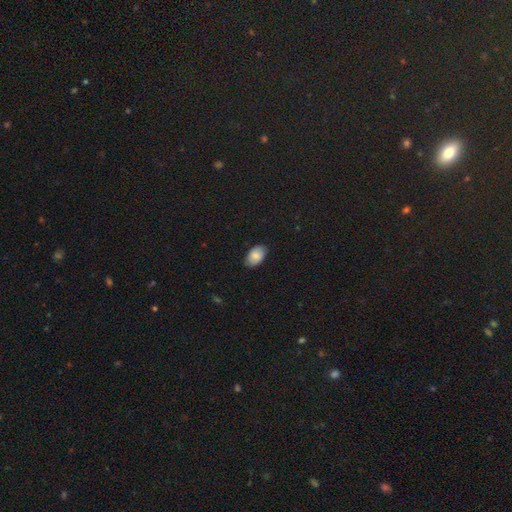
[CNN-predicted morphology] A smooth galaxy with no disk features (83%) that is in between round and cigar-shaped (93%). Merging: none (83%).